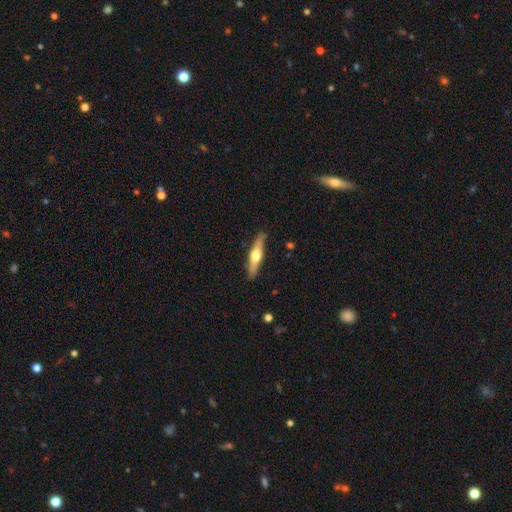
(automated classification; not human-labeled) Morphology: type=featured or disk (54%); edge-on=yes (92%); merging=none (87%).